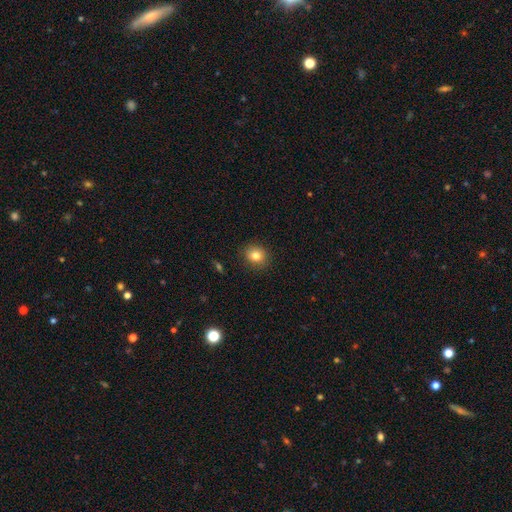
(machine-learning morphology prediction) smooth-or-featured: smooth: 82% | star or artifact: 11% | featured or disk: 7%
  how-rounded: round: 79% | in between: 21% | cigar-shaped: 1%
  merging: none: 90% | minor disturbance: 7% | major disturbance: 2% | merger: 1%